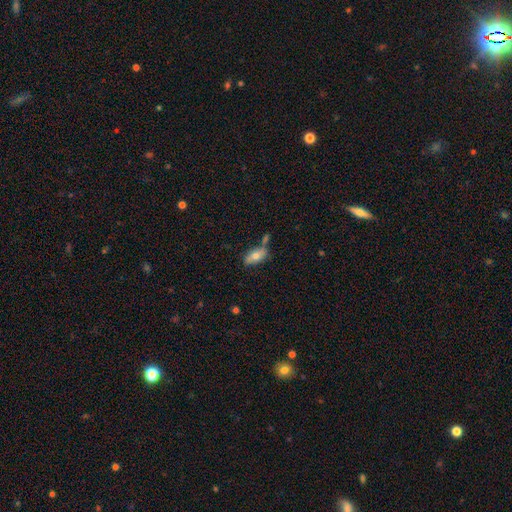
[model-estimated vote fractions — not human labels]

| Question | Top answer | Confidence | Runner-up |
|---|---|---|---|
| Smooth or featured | smooth | 68% | featured or disk (25%) |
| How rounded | in between | 86% | cigar-shaped (10%) |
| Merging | none | 58% | minor disturbance (19%) |